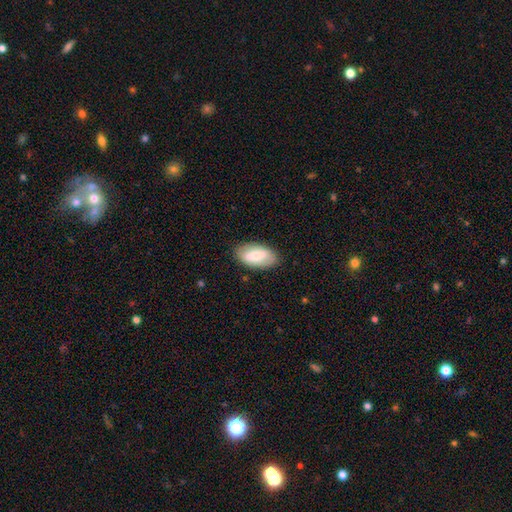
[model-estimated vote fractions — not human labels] Smooth or featured?
  - smooth: 71% *
  - featured or disk: 23%
  - star or artifact: 6%
How rounded?
  - in between: 94% *
  - cigar-shaped: 3%
  - round: 3%
Merging?
  - none: 85% *
  - minor disturbance: 11%
  - major disturbance: 3%
  - merger: 1%